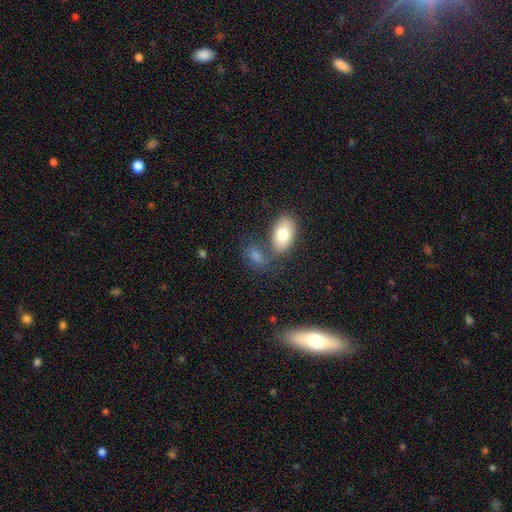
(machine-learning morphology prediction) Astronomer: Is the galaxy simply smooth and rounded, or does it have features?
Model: smooth — 72%.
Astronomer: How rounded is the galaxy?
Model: in between — 85%.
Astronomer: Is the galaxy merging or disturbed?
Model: none — 52% (runner-up: merger, 30%).